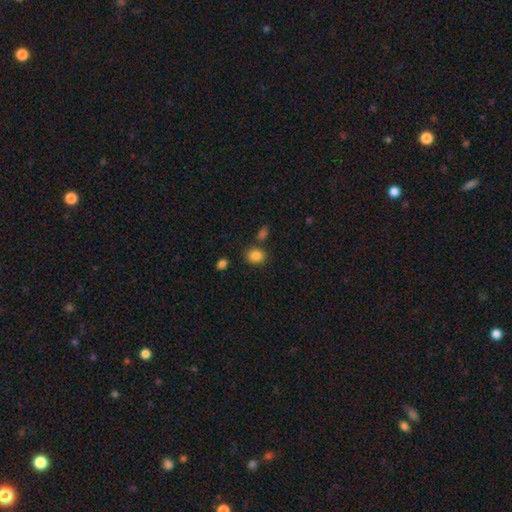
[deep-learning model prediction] Q: Smooth or featured?
A: smooth (86%); runner-up: star or artifact (10%)
Q: How rounded?
A: round (63%); runner-up: in between (36%)
Q: Merging?
A: none (78%); runner-up: minor disturbance (11%)